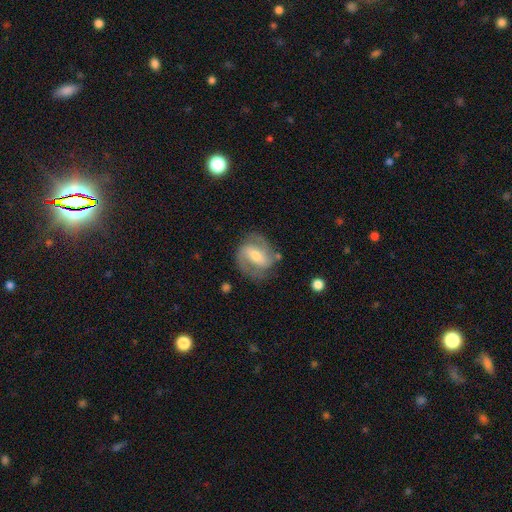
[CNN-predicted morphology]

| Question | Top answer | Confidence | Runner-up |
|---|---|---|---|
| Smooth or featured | featured or disk | 81% | smooth (14%) |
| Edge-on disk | no | 97% | yes (3%) |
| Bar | strong | 41% | tied: weak (41%) |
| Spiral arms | yes | 93% | no (7%) |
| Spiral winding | medium | 51% | tight (32%) |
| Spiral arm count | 2 | 87% | can't tell (5%) |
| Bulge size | moderate | 55% | small (36%) |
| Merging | none | 76% | minor disturbance (15%) |